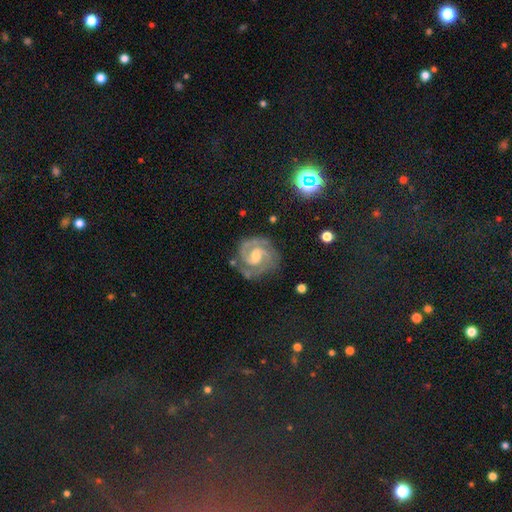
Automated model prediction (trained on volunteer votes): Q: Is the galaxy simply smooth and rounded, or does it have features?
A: featured or disk — 90%.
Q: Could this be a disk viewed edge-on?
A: no — 98%.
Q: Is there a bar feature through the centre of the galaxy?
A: weak — 51%.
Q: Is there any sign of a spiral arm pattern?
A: yes — 98%.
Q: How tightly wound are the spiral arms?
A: tight — 58%.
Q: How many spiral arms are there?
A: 2 — 80%.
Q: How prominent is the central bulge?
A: moderate — 60%.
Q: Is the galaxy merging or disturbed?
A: none — 77%.